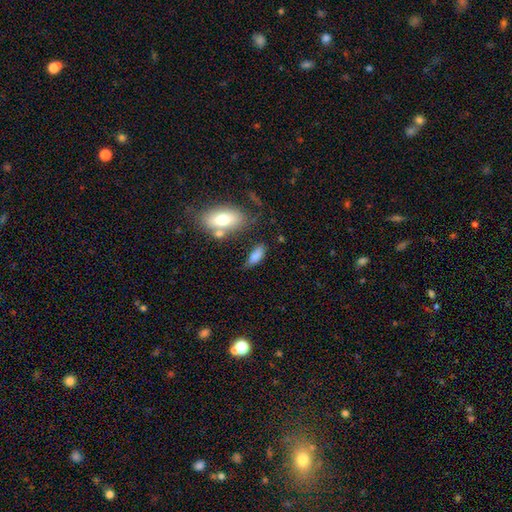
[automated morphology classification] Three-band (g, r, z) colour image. It shows a smooth galaxy with no disk features (80%) that is in between round and cigar-shaped (72%). Merging: none (55%).